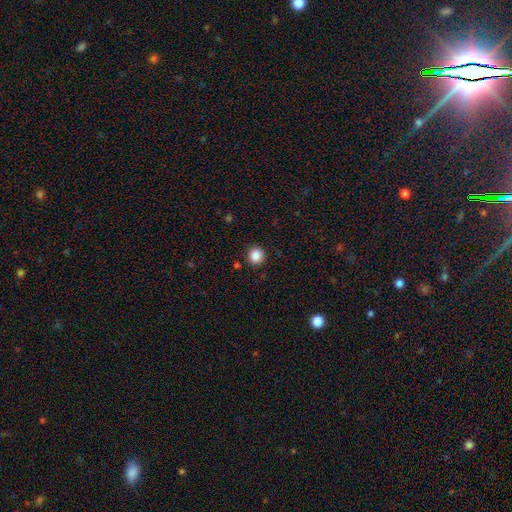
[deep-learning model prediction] Smooth or featured? Predicted: smooth (p=0.87). How rounded? Predicted: round (p=0.95). Merging? Predicted: none (p=0.91).